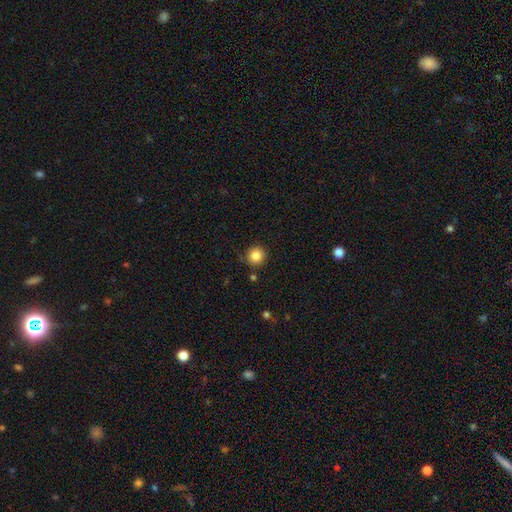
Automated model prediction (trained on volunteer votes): smooth 84%, star or artifact 11%, featured or disk 5%. Down the decision tree: how rounded — round (94%); merging — none (84%).